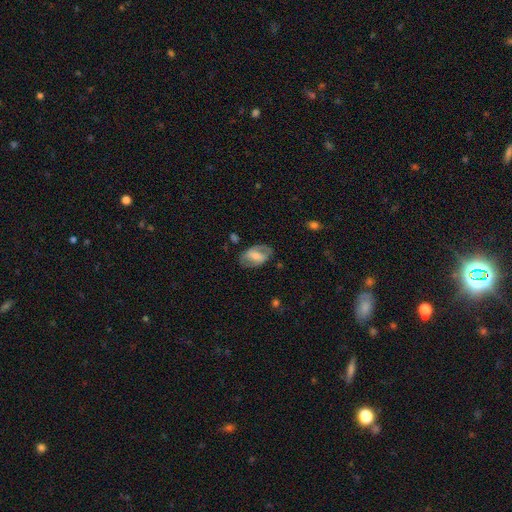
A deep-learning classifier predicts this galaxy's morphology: This appears to be a featured or disk galaxy (50%). Merging: none (72%).